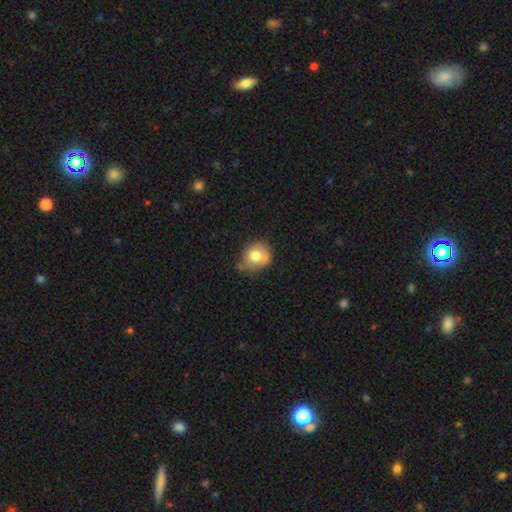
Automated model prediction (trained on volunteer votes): Overall: smooth (74%). How rounded: round (70%). Merging: none (53%; minor disturbance 26%).